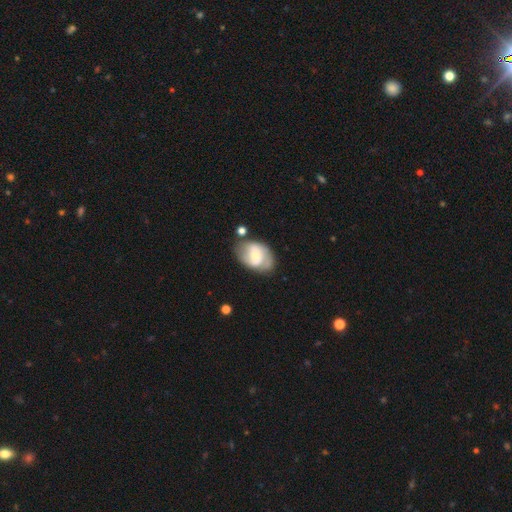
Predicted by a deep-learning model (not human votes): Morphology: type=featured or disk (53%); edge-on=no (96%); bar=no (52%); spiral arms=yes (74%); bulge=small (47%); merging=none (58%).